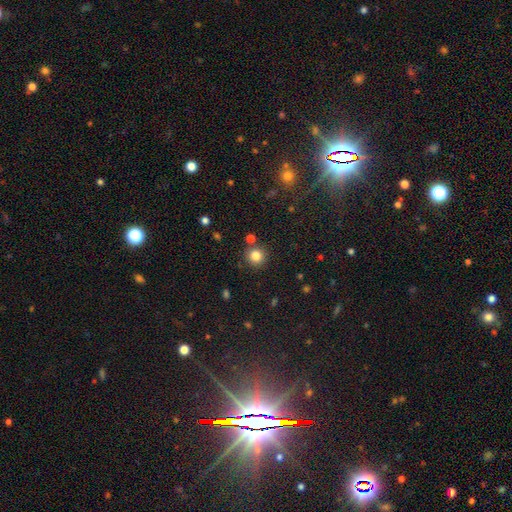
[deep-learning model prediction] smooth 82%, star or artifact 12%, featured or disk 6%. Down the decision tree: how rounded — round (93%); merging — none (84%).